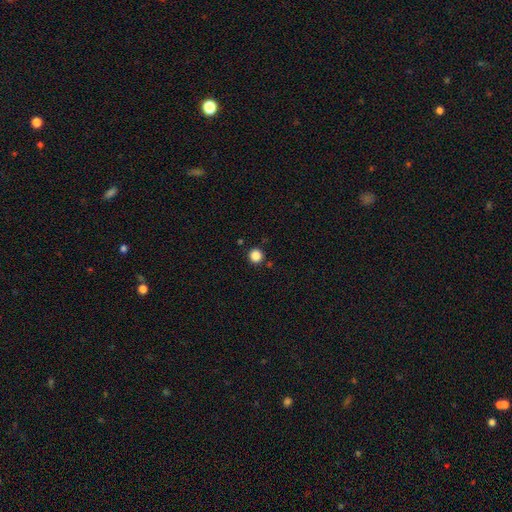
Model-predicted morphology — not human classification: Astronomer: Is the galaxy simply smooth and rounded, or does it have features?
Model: smooth — 86%.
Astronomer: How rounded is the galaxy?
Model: round — 96%.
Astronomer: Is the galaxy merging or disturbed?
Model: none — 91%.